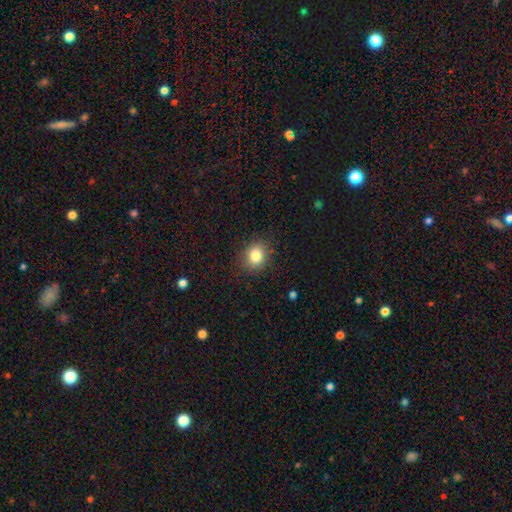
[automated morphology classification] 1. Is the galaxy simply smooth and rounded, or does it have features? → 82% smooth, 11% star or artifact, 7% featured or disk.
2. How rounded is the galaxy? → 70% round, 29% in between, 1% cigar-shaped.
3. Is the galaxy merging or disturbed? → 86% none, 10% minor disturbance, 3% major disturbance, 1% merger.